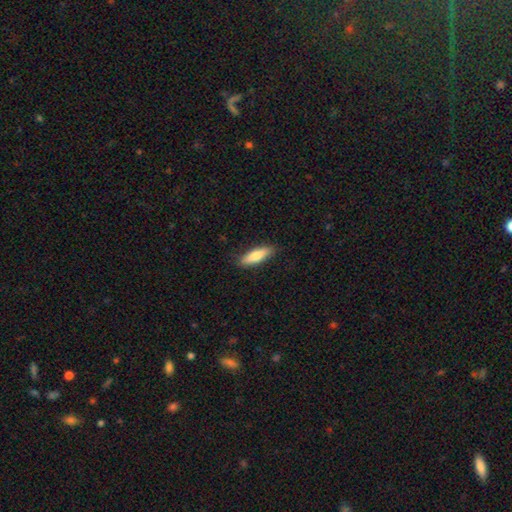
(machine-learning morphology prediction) Smooth or featured: smooth — 80% (featured or disk — 15%)
How rounded: cigar-shaped — 57% (in between — 42%)
Merging: none — 86% (minor disturbance — 11%)